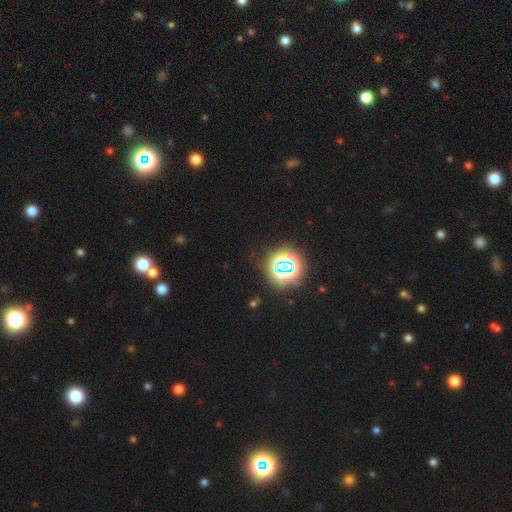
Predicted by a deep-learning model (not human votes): smooth_or_featured: star or artifact (p=0.61) [alt: smooth p=0.32]